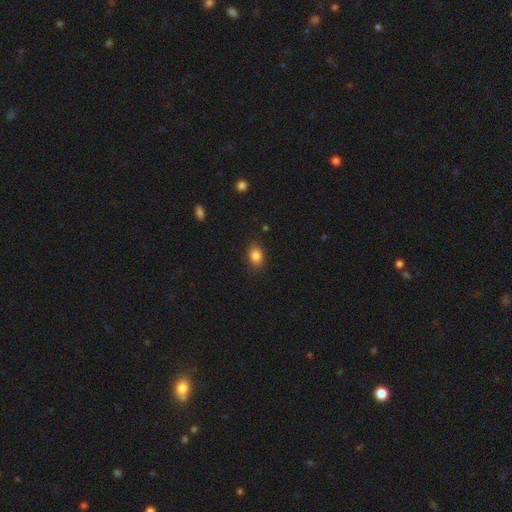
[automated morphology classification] Smooth or featured? smooth (85%)
How rounded? in between (74%)
Merging? none (81%)